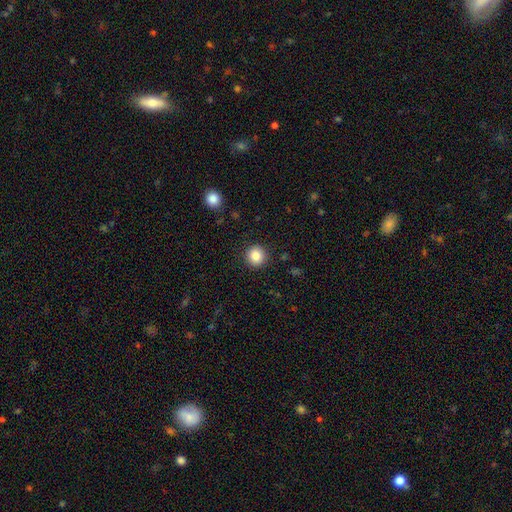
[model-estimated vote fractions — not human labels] Smooth or featured? smooth (84%)
How rounded? round (94%)
Merging? none (91%)